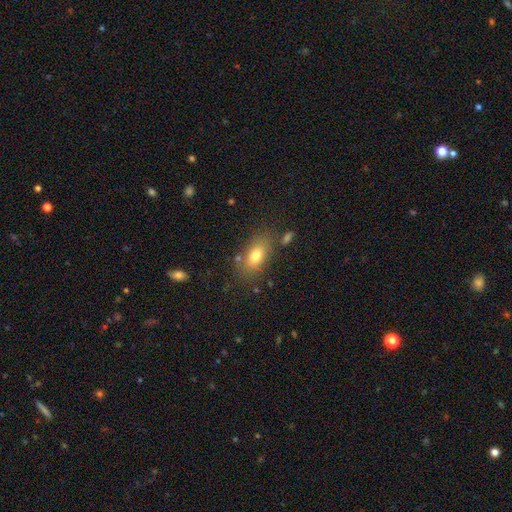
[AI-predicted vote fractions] This is likely a smooth galaxy (77%). How rounded: clearly in between (86%). Merging: likely none (74%).